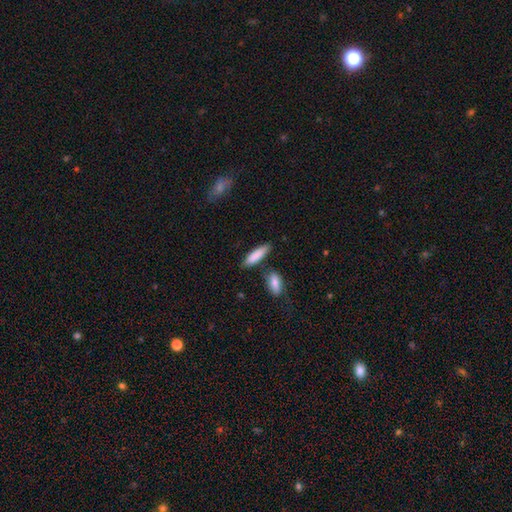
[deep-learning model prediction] The model was most divided on "how rounded": cigar-shaped: 63%, in between: 35%, round: 2%. More confident: smooth or featured — smooth (85%); merging — none (75%).